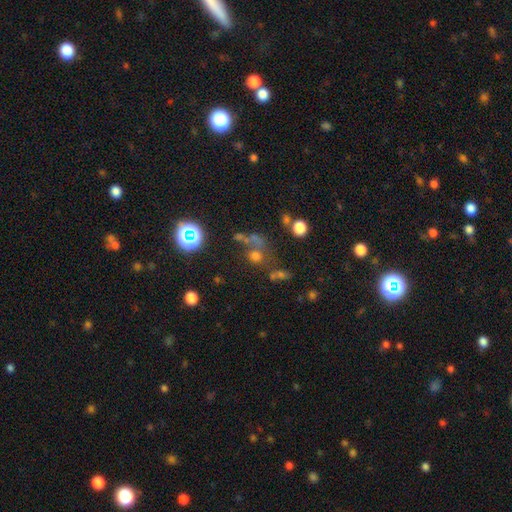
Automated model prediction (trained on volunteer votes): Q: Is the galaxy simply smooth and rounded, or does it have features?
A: smooth — 50%.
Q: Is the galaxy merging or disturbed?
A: none — 49%.